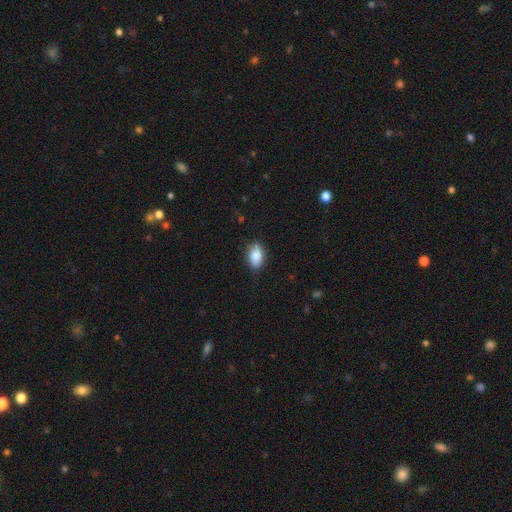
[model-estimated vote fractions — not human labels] Smooth or featured?
  - smooth: 86% *
  - star or artifact: 7%
  - featured or disk: 7%
How rounded?
  - in between: 89% *
  - round: 8%
  - cigar-shaped: 2%
Merging?
  - none: 81% *
  - minor disturbance: 15%
  - major disturbance: 3%
  - merger: 1%